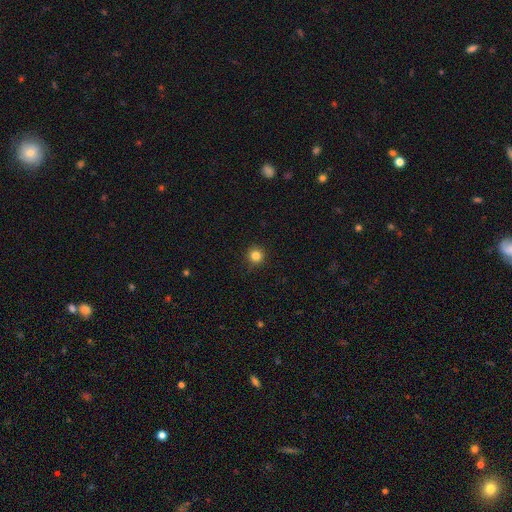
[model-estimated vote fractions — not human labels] Morphology: type=smooth (83%); roundness=round (95%); merging=none (89%).